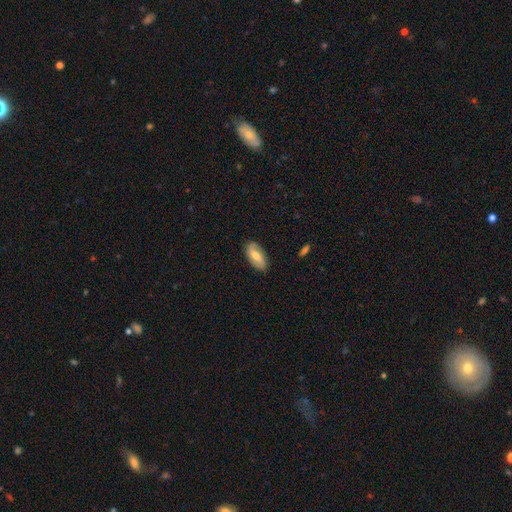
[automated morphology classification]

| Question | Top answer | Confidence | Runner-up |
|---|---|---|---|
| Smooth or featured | smooth | 48% | featured or disk (46%) |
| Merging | none | 84% | minor disturbance (13%) |